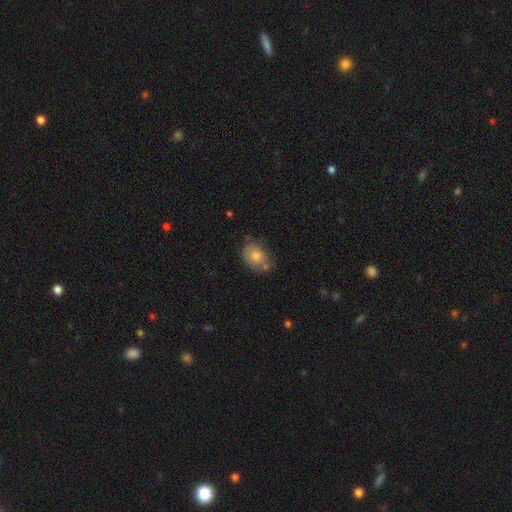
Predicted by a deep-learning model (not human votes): Morphology: type=smooth (70%); roundness=in between (60%); merging=none (59%).